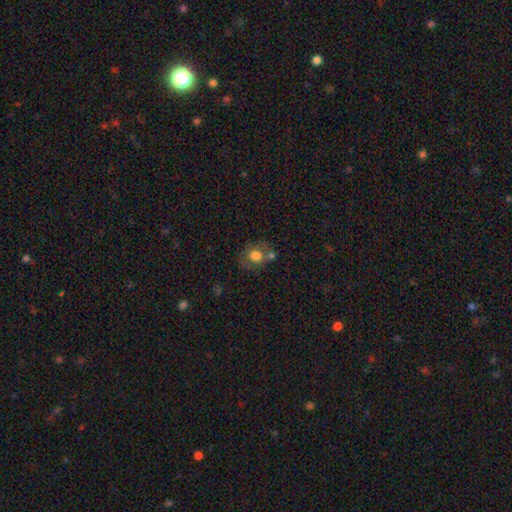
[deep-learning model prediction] Smooth or featured: smooth — 71% (featured or disk — 19%)
How rounded: round — 61% (in between — 38%)
Merging: none — 53% (merger — 23%)